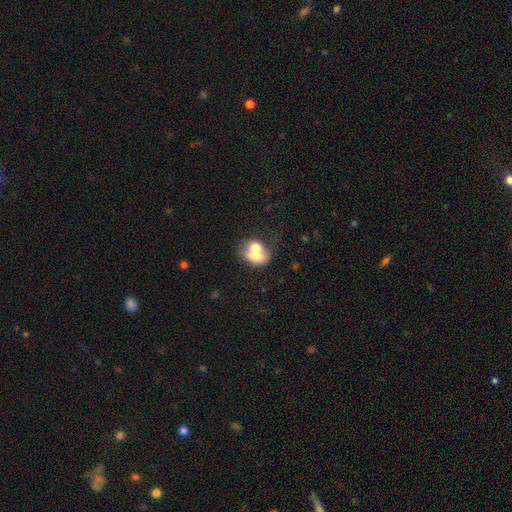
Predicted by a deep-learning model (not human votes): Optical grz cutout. It shows a smooth galaxy with no disk features (60%) that is in between round and cigar-shaped (52%). Merging: merger (68%).